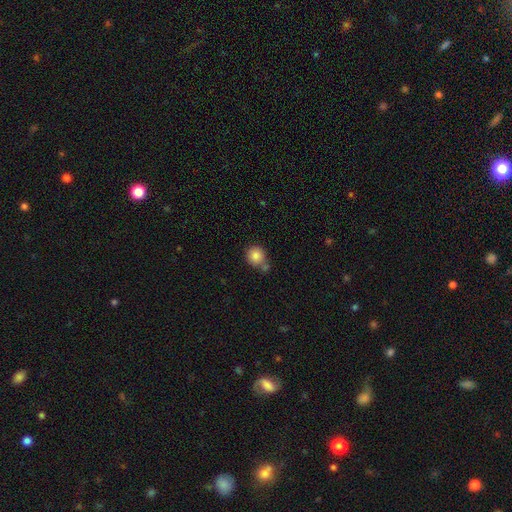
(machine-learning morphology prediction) This is clearly a smooth galaxy (84%). How rounded: clearly round (90%). Merging: likely none (61%).